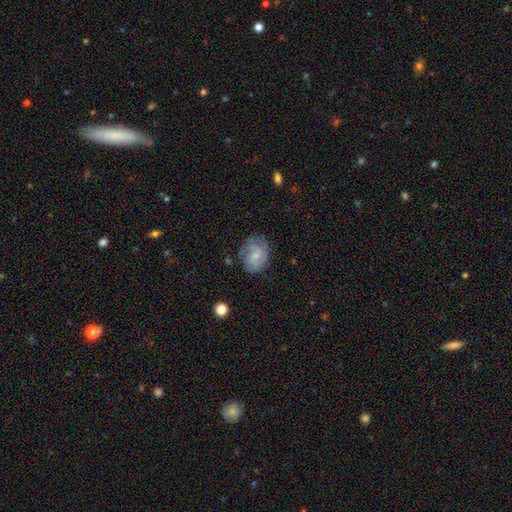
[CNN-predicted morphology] smooth-or-featured: featured or disk: 59% | smooth: 33% | star or artifact: 8%
  disk-edge-on: no: 98% | yes: 2%
    bar: no: 58% | weak: 37% | strong: 5%
    has-spiral-arms: yes: 86% | no: 14%
    bulge-size: small: 65% | moderate: 20% | none: 12% | large: 1% | dominant: 1%
  merging: none: 66% | minor disturbance: 23% | major disturbance: 10% | merger: 2%